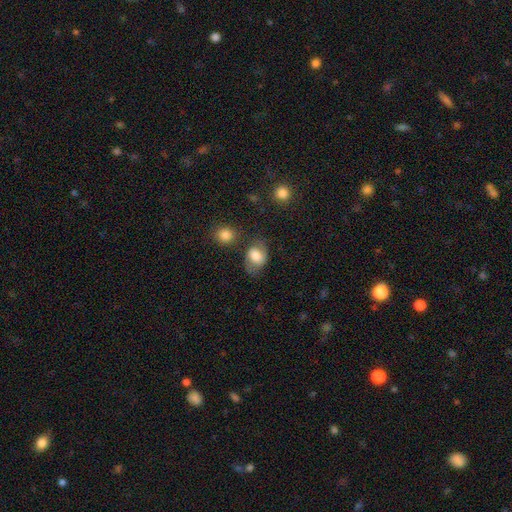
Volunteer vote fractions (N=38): smooth_or_featured: smooth (p=0.74) [alt: featured or disk p=0.24]
how_rounded: in between (p=0.64) [alt: round p=0.36]
merging: none (p=0.54) [alt: minor disturbance p=0.27]